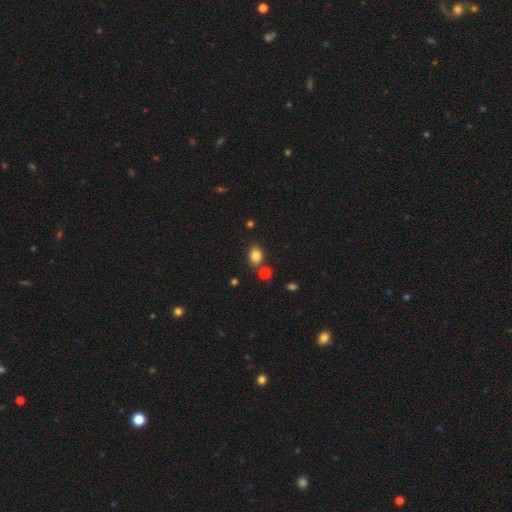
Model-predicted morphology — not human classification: Overall: smooth (82%). How rounded: in between (68%; round 30%). Merging: none (78%).